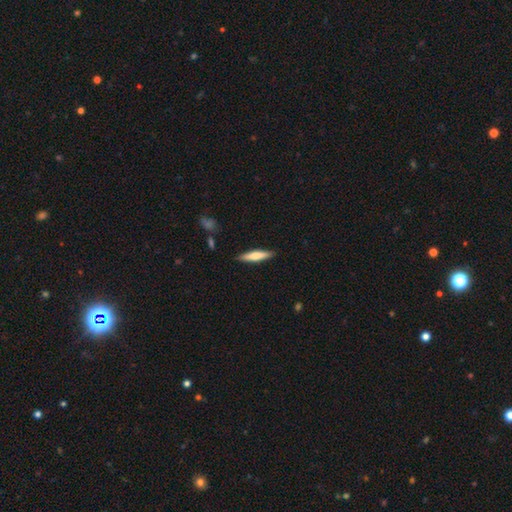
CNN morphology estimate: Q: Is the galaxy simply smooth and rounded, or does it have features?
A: smooth — 62%.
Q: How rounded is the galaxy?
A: cigar-shaped — 84%.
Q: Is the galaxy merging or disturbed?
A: none — 88%.